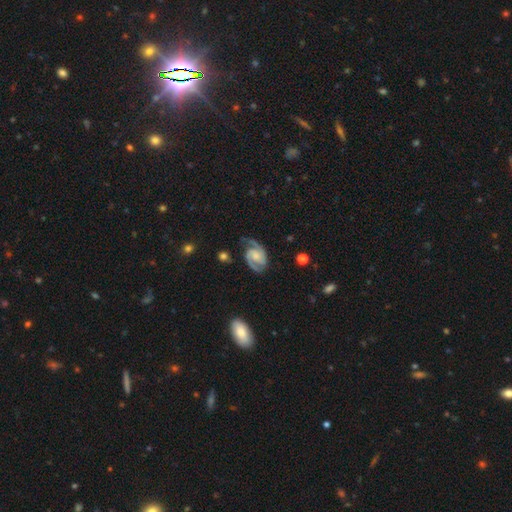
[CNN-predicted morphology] Smooth or featured: featured or disk — 88% (smooth — 7%)
Edge-on disk: no — 98% (yes — 2%)
Bar: no — 51% (weak — 39%)
Spiral arms: yes — 98% (no — 2%)
Spiral winding: medium — 51% (tight — 37%)
Spiral arm count: 2 — 91% (can't tell — 3%)
Bulge size: small — 37% (moderate — 34%)
Merging: none — 72% (minor disturbance — 19%)